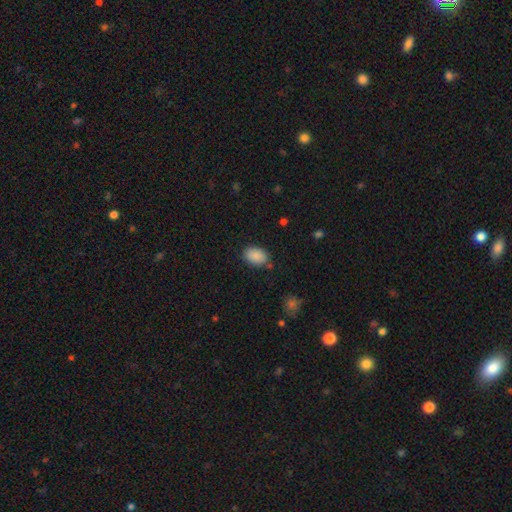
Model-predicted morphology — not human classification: The model was most divided on "merging": none: 82%, minor disturbance: 12%, major disturbance: 3%, merger: 2%. More confident: smooth or featured — smooth (89%); how rounded — in between (86%).